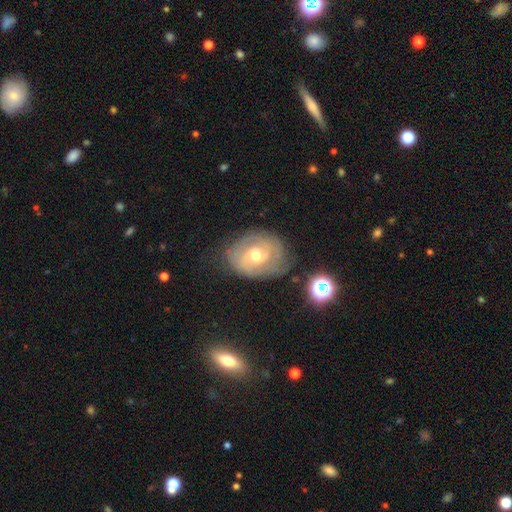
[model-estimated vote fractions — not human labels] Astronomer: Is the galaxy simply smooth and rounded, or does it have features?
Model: featured or disk — 76%.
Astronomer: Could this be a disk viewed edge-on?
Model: no — 96%.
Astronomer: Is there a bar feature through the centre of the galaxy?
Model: no — 57% (runner-up: weak, 35%).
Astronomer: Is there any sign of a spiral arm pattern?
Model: yes — 86%.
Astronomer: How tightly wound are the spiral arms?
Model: tight — 67%.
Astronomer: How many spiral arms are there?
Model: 2 — 37% (runner-up: can't tell, 36%).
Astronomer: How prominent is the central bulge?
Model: moderate — 70%.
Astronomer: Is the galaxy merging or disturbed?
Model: none — 70%.